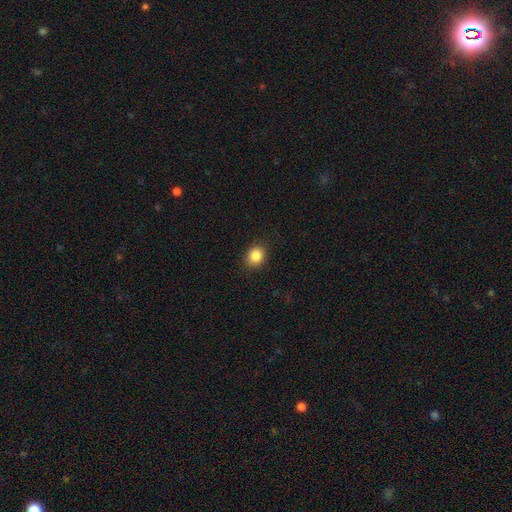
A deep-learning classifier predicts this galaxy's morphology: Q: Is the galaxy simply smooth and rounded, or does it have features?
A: smooth — 86%.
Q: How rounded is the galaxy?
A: round — 63%.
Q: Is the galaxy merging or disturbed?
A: none — 88%.